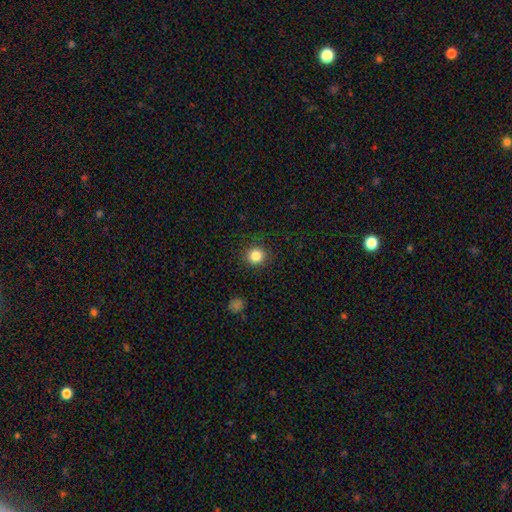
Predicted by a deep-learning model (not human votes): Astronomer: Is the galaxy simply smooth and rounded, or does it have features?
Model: smooth — 85%.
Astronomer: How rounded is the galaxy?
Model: round — 90%.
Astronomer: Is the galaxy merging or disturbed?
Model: none — 91%.